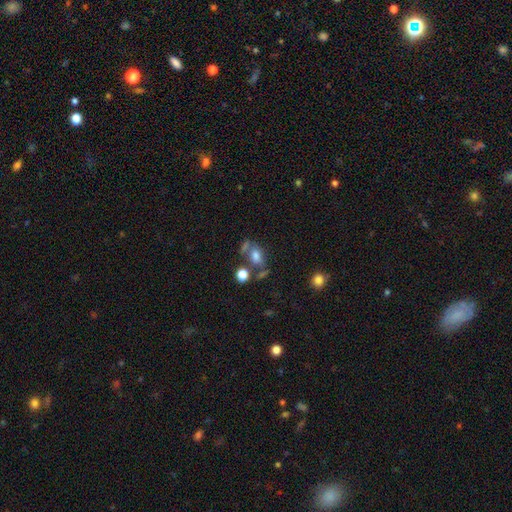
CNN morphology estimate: Overall: smooth (64%). How rounded: in between (76%). Merging: none (43%; merger 24%).